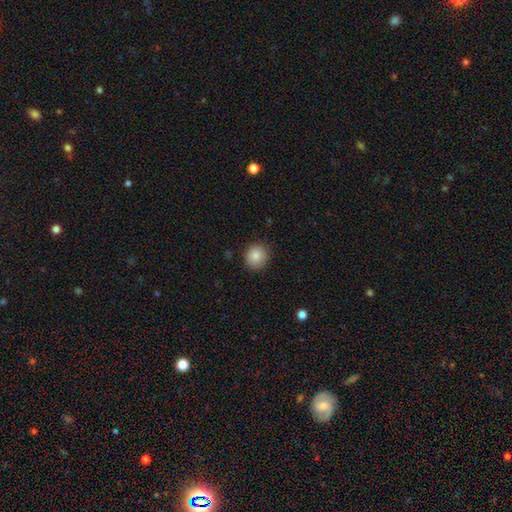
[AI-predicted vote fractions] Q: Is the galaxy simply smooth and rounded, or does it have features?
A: smooth — 84%.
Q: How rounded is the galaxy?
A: round — 87%.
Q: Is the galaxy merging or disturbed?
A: none — 87%.